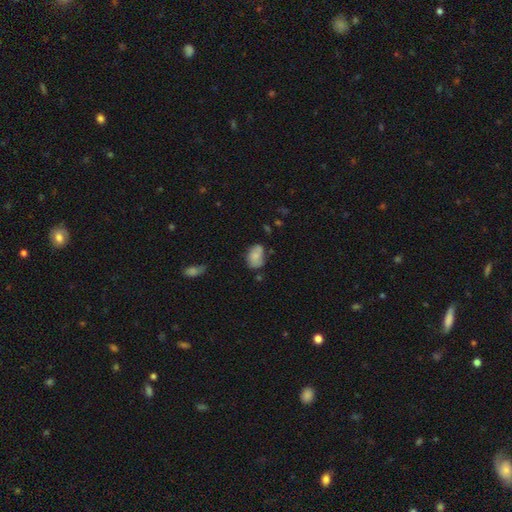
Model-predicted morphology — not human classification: Smooth or featured?
  - smooth: 76% *
  - featured or disk: 16%
  - star or artifact: 8%
How rounded?
  - in between: 83% *
  - round: 16%
  - cigar-shaped: 1%
Merging?
  - none: 51% *
  - minor disturbance: 32%
  - major disturbance: 9%
  - merger: 8%